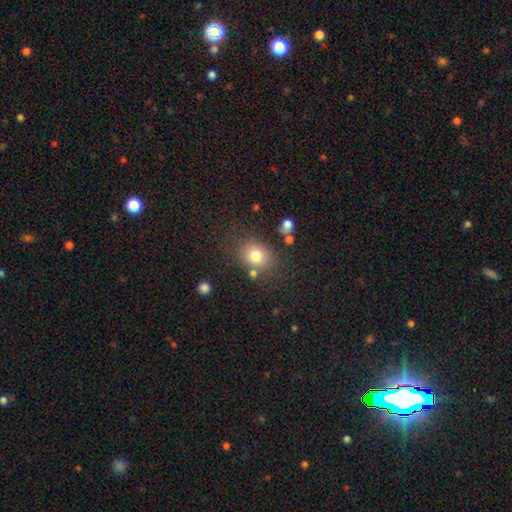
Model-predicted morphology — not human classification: Q: Smooth or featured?
A: smooth (79%); runner-up: star or artifact (12%)
Q: How rounded?
A: round (55%); runner-up: in between (44%)
Q: Merging?
A: none (73%); runner-up: minor disturbance (14%)